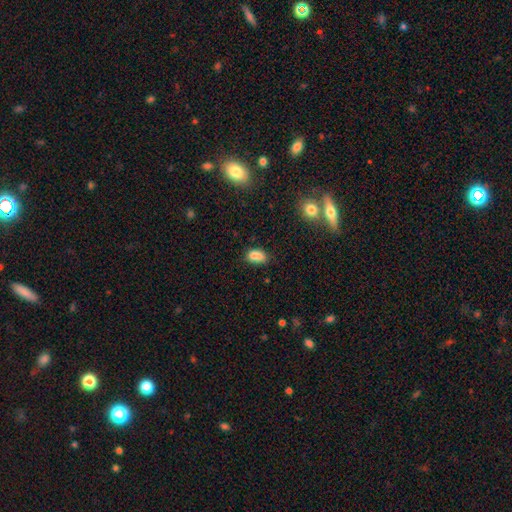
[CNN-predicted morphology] smooth-or-featured: smooth: 79% | star or artifact: 11% | featured or disk: 10%
  how-rounded: in between: 82% | round: 15% | cigar-shaped: 3%
  merging: none: 48% | merger: 24% | minor disturbance: 21% | major disturbance: 6%